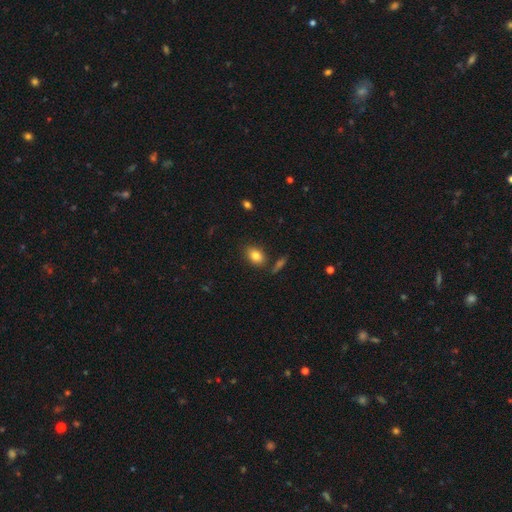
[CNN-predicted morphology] Smooth or featured? smooth (83%)
How rounded? in between (80%)
Merging? none (79%)